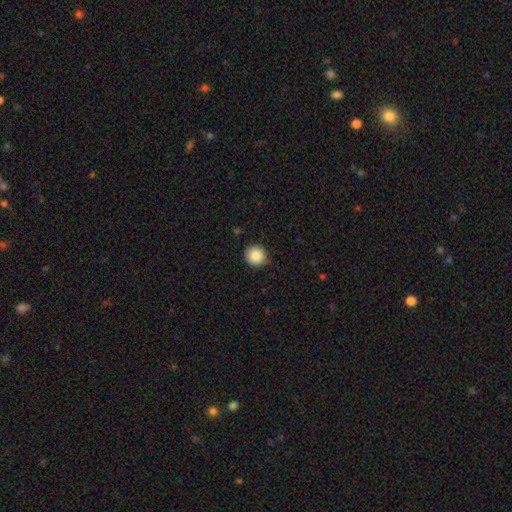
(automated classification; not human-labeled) Morphology: type=smooth (87%); roundness=round (95%); merging=none (87%).